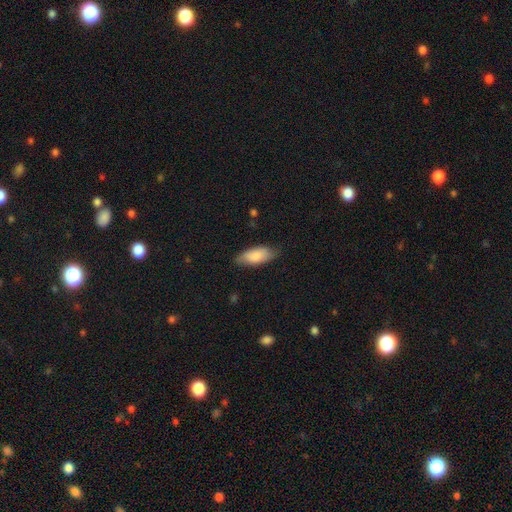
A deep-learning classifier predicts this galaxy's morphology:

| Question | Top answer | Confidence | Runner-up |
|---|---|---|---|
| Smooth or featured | smooth | 80% | featured or disk (14%) |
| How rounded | in between | 85% | cigar-shaped (13%) |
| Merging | none | 74% | minor disturbance (21%) |